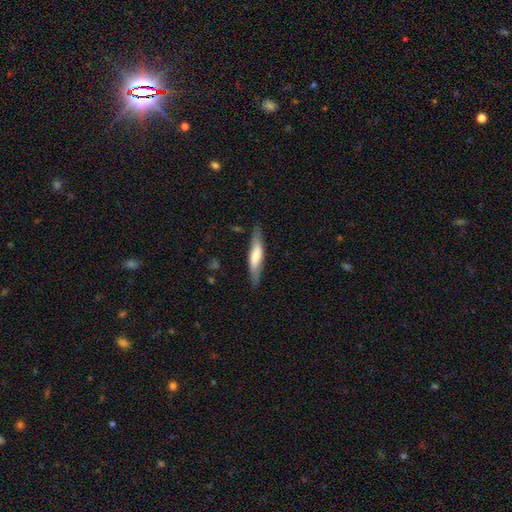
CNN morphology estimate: type=smooth (58%); roundness=cigar-shaped (81%); merging=none (82%).